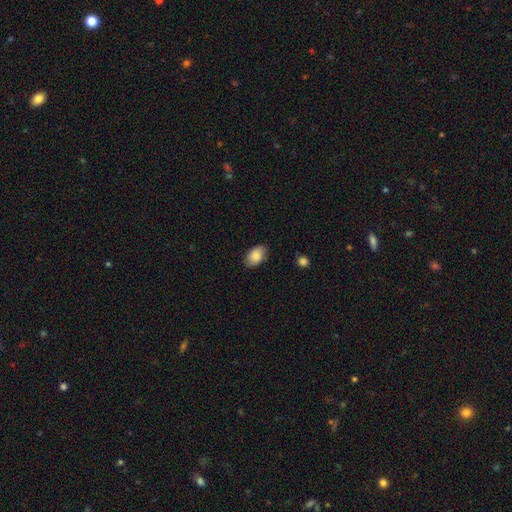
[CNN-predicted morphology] This is clearly a smooth galaxy (86%). How rounded: clearly in between (91%). Merging: clearly none (82%).